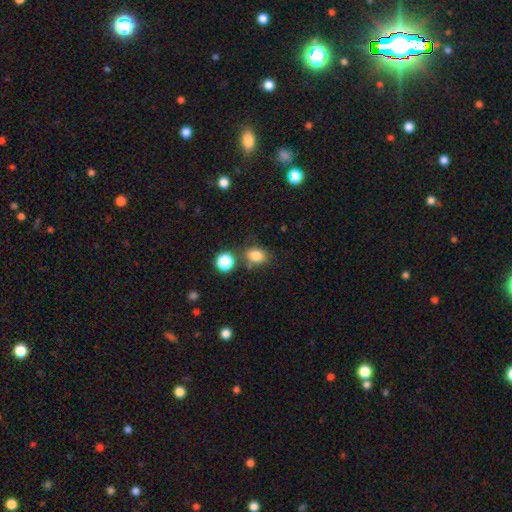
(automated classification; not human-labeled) Overall: smooth (81%). How rounded: in between (63%; round 36%). Merging: none (69%).